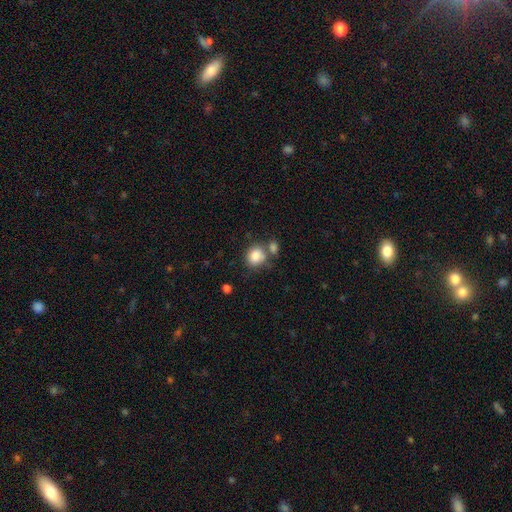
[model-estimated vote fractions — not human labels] A smooth galaxy with no disk features (84%) that is round (64%).

Vote fractions:
- Smooth or featured? smooth: 84% / star or artifact: 9% / featured or disk: 7%
- How rounded? round: 64% / in between: 35% / cigar-shaped: 1%
- Merging? none: 53% / merger: 28% / minor disturbance: 14% / major disturbance: 5%